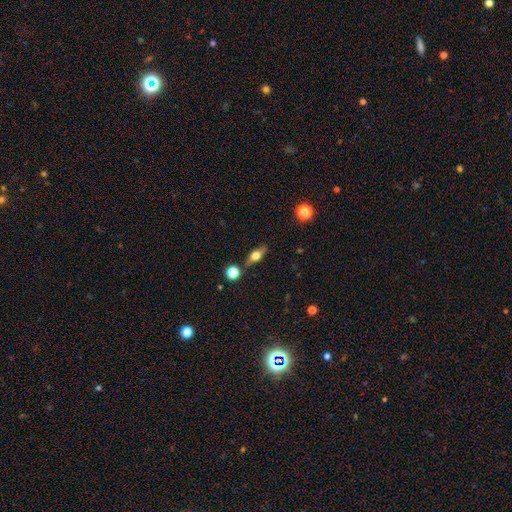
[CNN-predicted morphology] type=smooth (50%); merging=none (76%).